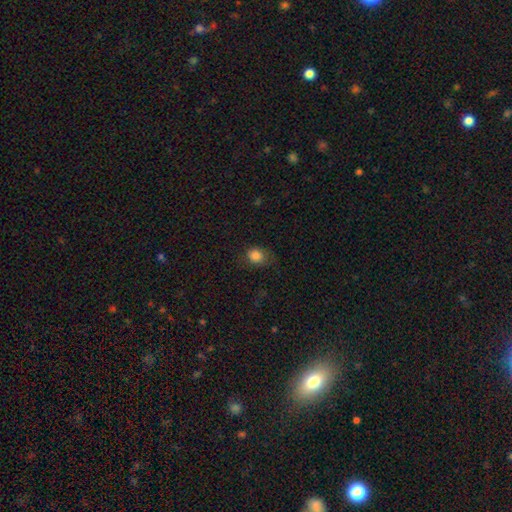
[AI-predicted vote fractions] Smooth or featured?
  - smooth: 83% *
  - star or artifact: 11%
  - featured or disk: 6%
How rounded?
  - round: 59% *
  - in between: 40%
  - cigar-shaped: 1%
Merging?
  - none: 69% *
  - minor disturbance: 22%
  - major disturbance: 8%
  - merger: 1%